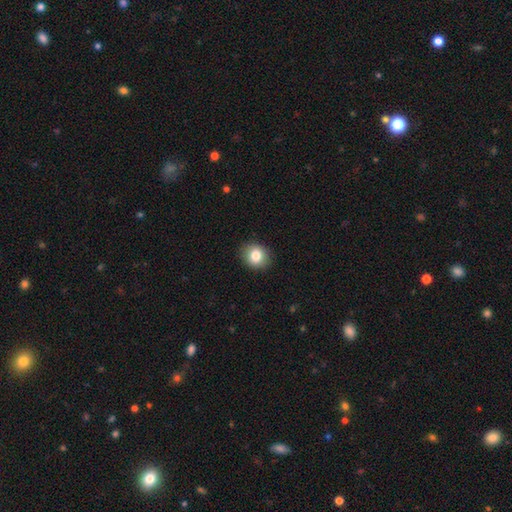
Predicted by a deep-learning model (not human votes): smooth-or-featured: smooth: 82% | star or artifact: 10% | featured or disk: 8%
  how-rounded: round: 74% | in between: 25% | cigar-shaped: 1%
  merging: none: 90% | minor disturbance: 7% | major disturbance: 2% | merger: 1%